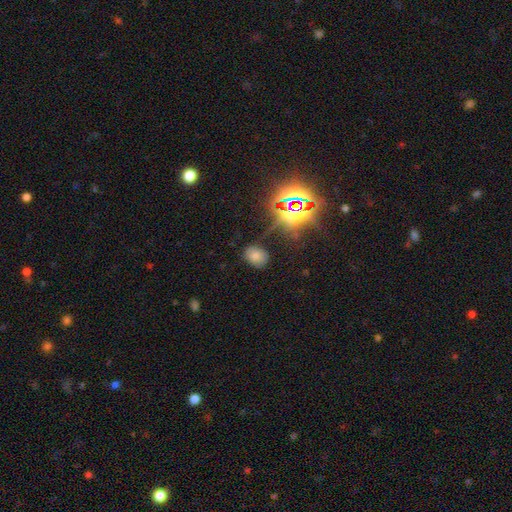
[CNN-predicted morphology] A smooth galaxy with no disk features (65%) that is in between round and cigar-shaped (62%).

Vote fractions:
- Smooth or featured? smooth: 65% / star or artifact: 26% / featured or disk: 9%
- How rounded? in between: 62% / round: 37% / cigar-shaped: 1%
- Merging? none: 76% / minor disturbance: 16% / major disturbance: 5% / merger: 3%